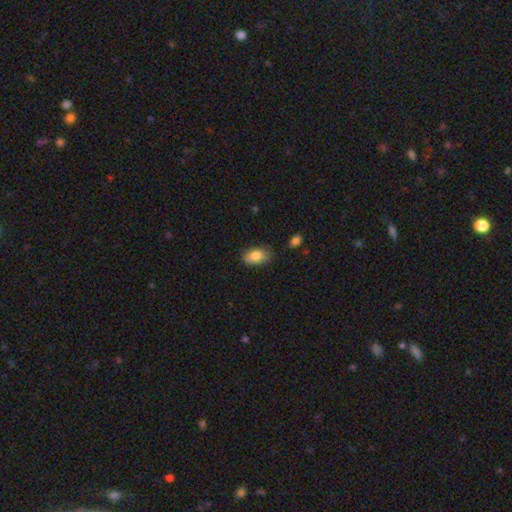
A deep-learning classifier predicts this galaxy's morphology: Smooth or featured?
  - smooth: 82% *
  - featured or disk: 10%
  - star or artifact: 7%
How rounded?
  - in between: 91% *
  - round: 7%
  - cigar-shaped: 2%
Merging?
  - none: 78% *
  - minor disturbance: 17%
  - major disturbance: 3%
  - merger: 2%